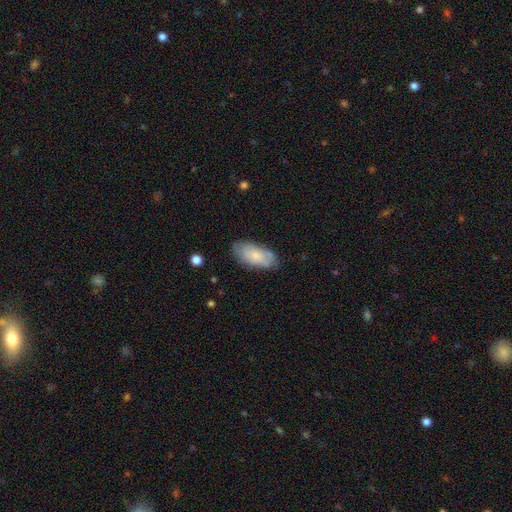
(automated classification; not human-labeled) Overall: smooth (63%; featured or disk 30%). How rounded: in between (92%). Merging: none (76%).